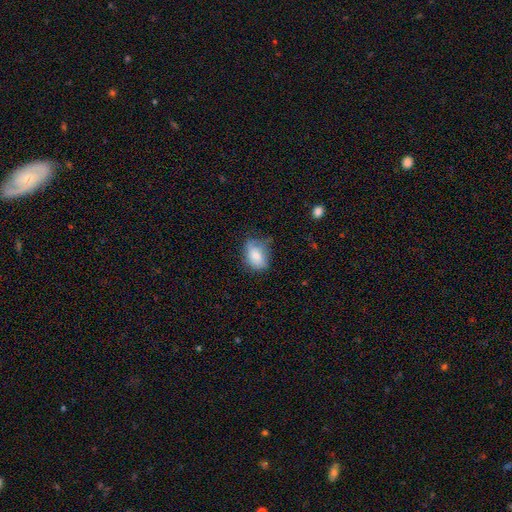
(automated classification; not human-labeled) Smooth or featured: smooth — 79% (featured or disk — 13%)
How rounded: in between — 80% (round — 18%)
Merging: none — 52% (minor disturbance — 35%)